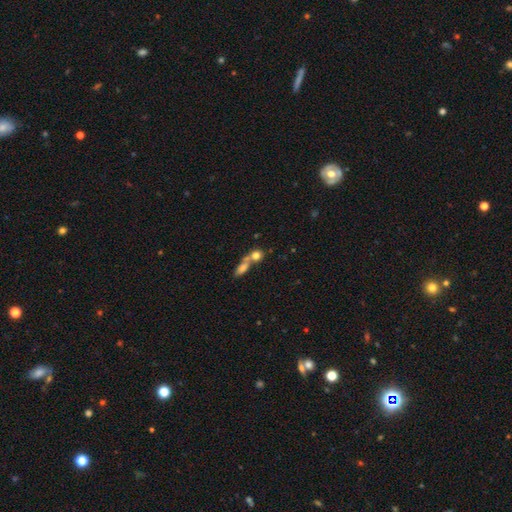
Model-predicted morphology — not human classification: Q: Smooth or featured?
A: smooth (73%); runner-up: featured or disk (16%)
Q: How rounded?
A: round (62%); runner-up: in between (30%)
Q: Merging?
A: merger (56%); runner-up: none (33%)